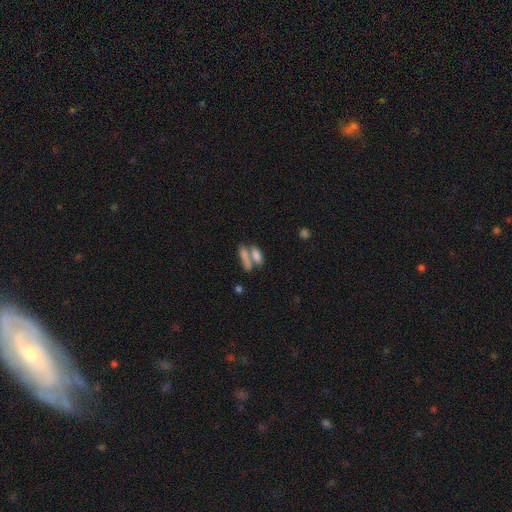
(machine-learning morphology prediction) A smooth galaxy with no disk features (77%) that is in between round and cigar-shaped (71%). Merging: merger (55%).